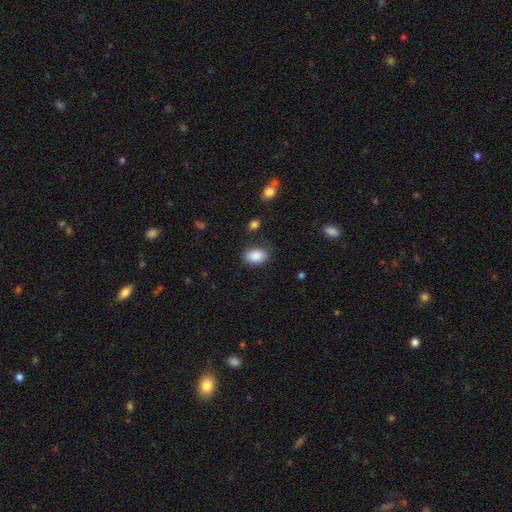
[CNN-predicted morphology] A smooth galaxy with no disk features (87%) that is in between round and cigar-shaped (86%). Merging: none (79%).